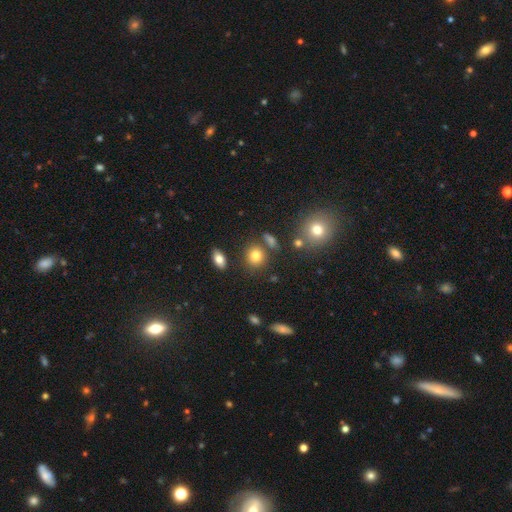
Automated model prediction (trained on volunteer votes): Q: Smooth or featured?
A: smooth (78%); runner-up: star or artifact (13%)
Q: How rounded?
A: round (78%); runner-up: in between (21%)
Q: Merging?
A: none (78%); runner-up: minor disturbance (11%)